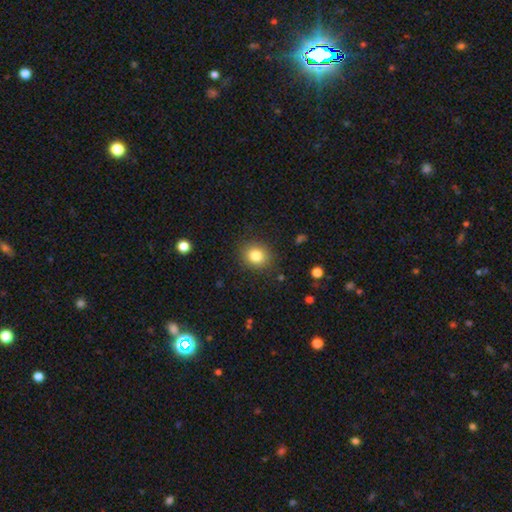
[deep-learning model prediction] smooth 82%, star or artifact 11%, featured or disk 7%. Down the decision tree: how rounded — round (78%); merging — none (88%).